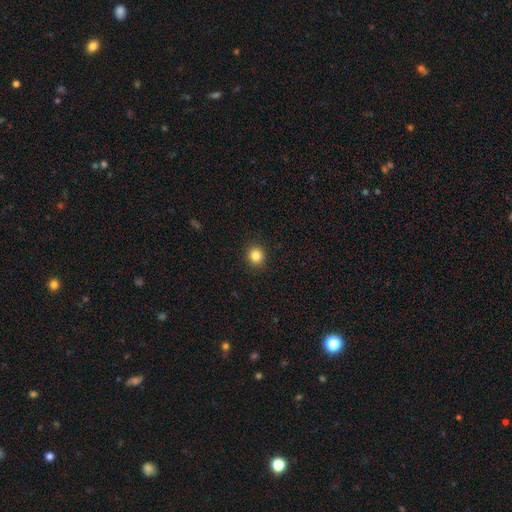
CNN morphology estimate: Overall: smooth (84%). How rounded: round (85%). Merging: none (91%).